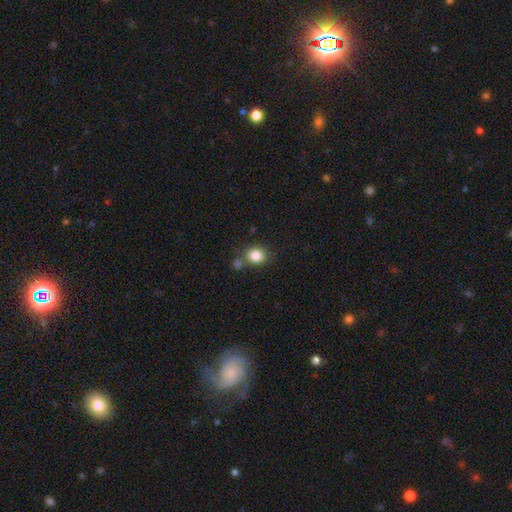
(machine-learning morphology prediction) This is clearly a smooth galaxy (84%). How rounded: likely round (62%). Merging: likely none (67%).